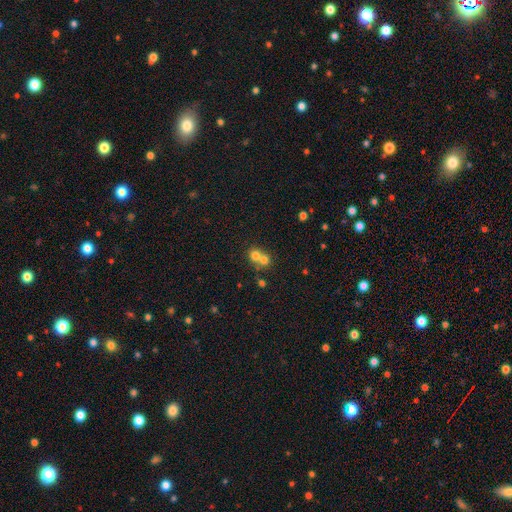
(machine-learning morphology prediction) type=smooth (72%); roundness=round (81%); merging=merger (62%).